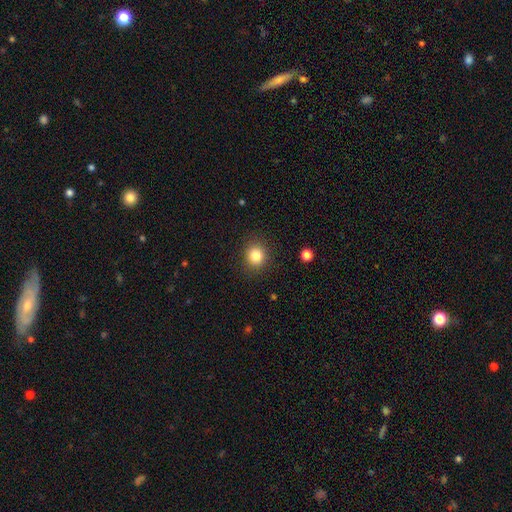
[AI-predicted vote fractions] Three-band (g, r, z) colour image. It shows a smooth galaxy with no disk features (83%) that is round (83%). Merging: none (88%).